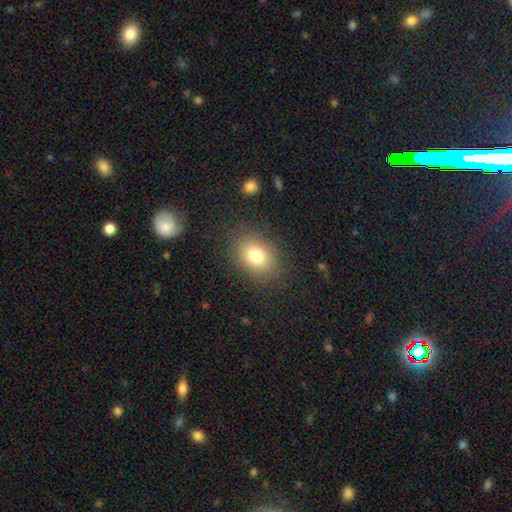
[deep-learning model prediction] Smooth or featured: smooth — 78% (star or artifact — 11%)
How rounded: in between — 62% (round — 37%)
Merging: none — 84% (minor disturbance — 10%)